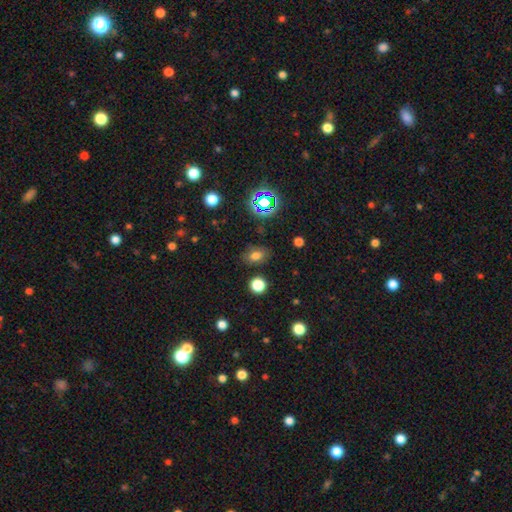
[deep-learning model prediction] The model was most divided on "how rounded": in between: 74%, round: 24%, cigar-shaped: 2%. More confident: merging — none (80%); smooth or featured — smooth (71%).